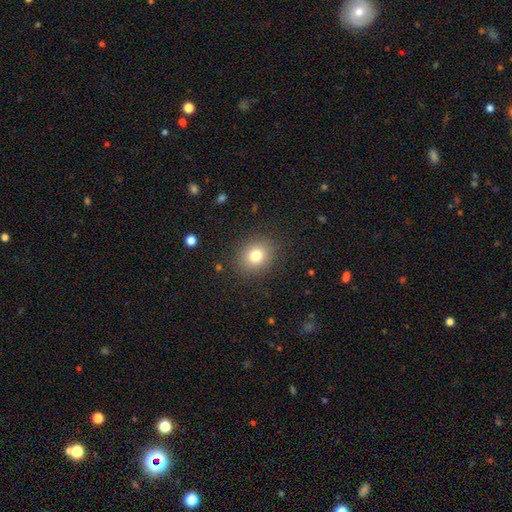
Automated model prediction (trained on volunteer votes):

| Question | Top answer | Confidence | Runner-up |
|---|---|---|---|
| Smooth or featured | smooth | 79% | star or artifact (12%) |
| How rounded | round | 68% | in between (31%) |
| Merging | none | 87% | minor disturbance (8%) |